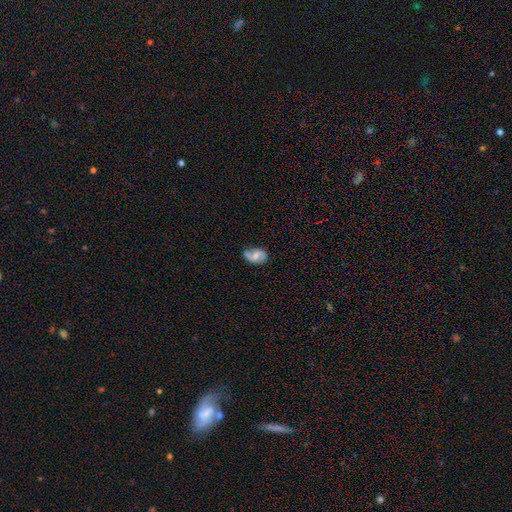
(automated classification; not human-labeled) Morphology: type=featured or disk (60%); edge-on=no (97%); bar=weak (46%); spiral arms=yes (87%); winding=medium (44%); arm count=2 (77%); bulge=moderate (50%); merging=none (60%).